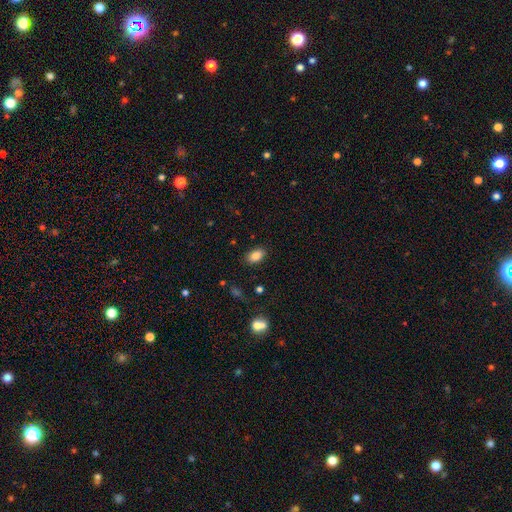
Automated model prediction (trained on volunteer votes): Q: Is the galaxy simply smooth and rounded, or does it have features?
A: smooth — 85%.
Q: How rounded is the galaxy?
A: in between — 89%.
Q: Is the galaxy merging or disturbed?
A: none — 86%.